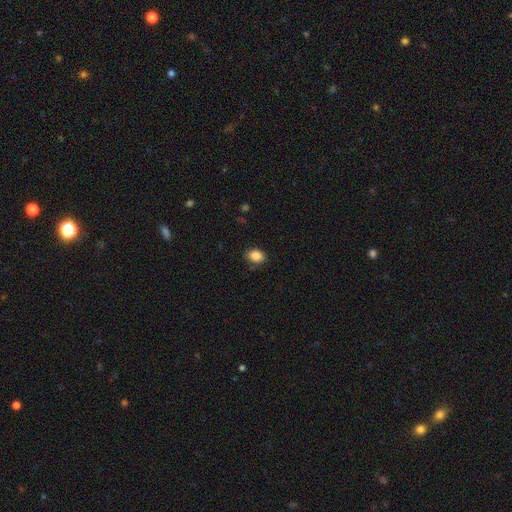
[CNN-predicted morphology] type=smooth (87%); roundness=in between (66%); merging=none (82%).